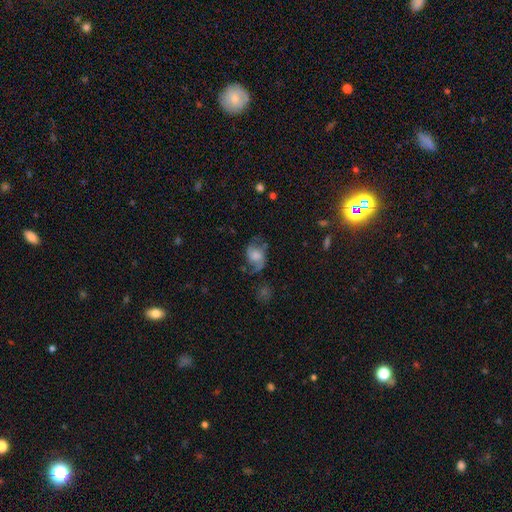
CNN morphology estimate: This is possibly a featured or disk galaxy (56%). It is clearly not viewed edge-on (97%). Bar: likely no (66%). Spiral arm pattern: clearly yes (83%). Central bulge: marginally moderate (28%). Merging: possibly none (47%).